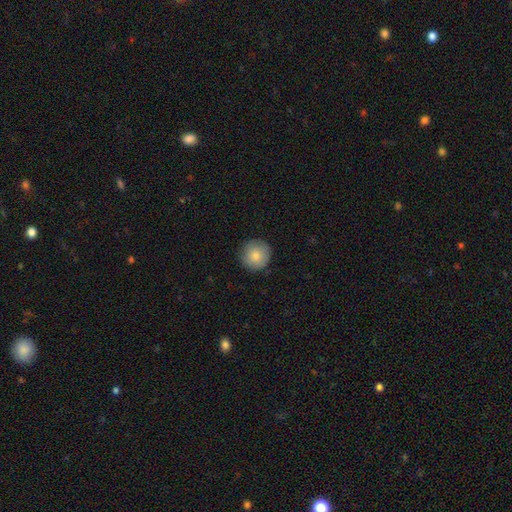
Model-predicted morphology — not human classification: type=smooth (80%); roundness=round (96%); merging=none (86%).